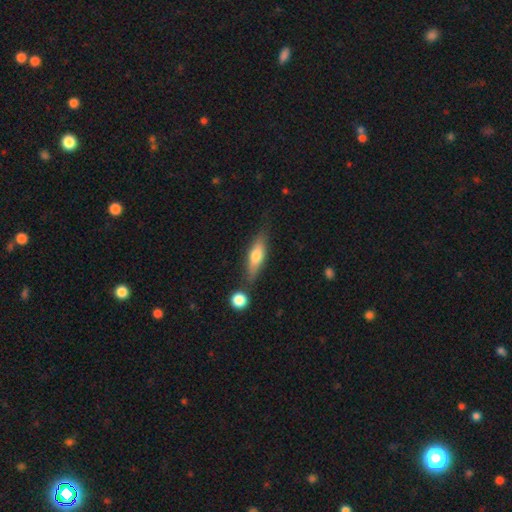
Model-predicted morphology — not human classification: Overall: smooth (61%; featured or disk 33%). How rounded: cigar-shaped (54%; in between 43%). Merging: none (72%).